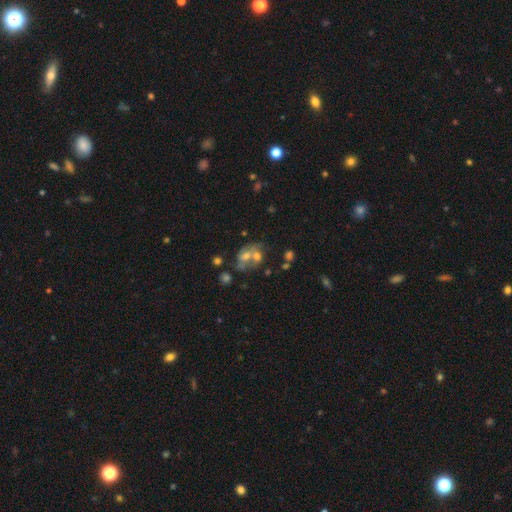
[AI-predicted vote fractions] Smooth or featured? Predicted: featured or disk (p=0.39). Merging? Predicted: merger (p=0.41).